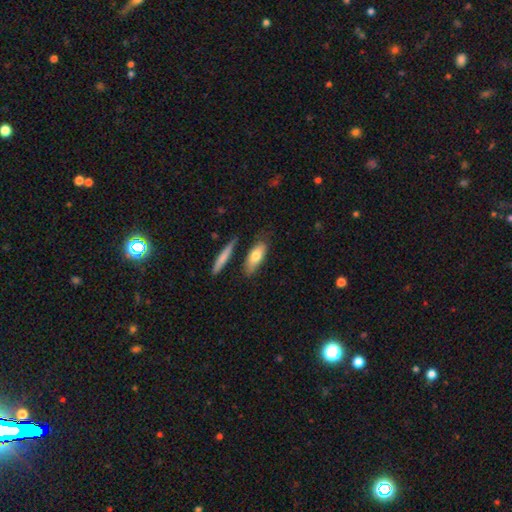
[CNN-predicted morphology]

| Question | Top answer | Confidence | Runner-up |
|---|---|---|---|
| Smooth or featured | smooth | 74% | featured or disk (20%) |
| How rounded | in between | 66% | cigar-shaped (31%) |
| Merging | none | 69% | minor disturbance (19%) |